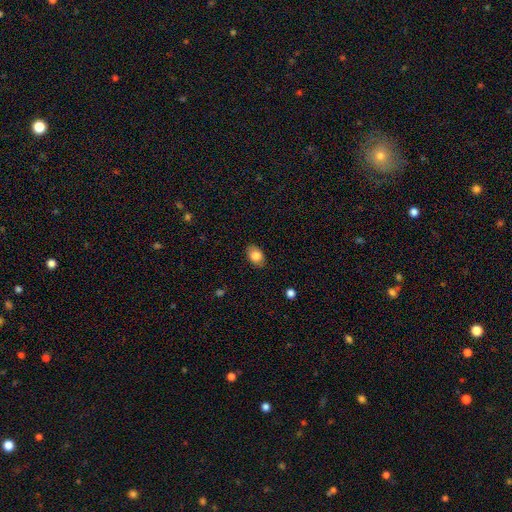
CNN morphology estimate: Smooth or featured: smooth — 84% (featured or disk — 8%)
How rounded: in between — 80% (round — 19%)
Merging: none — 86% (minor disturbance — 11%)